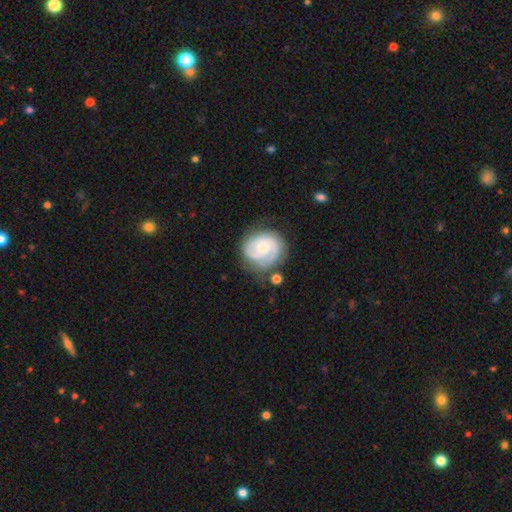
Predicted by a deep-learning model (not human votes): Smooth or featured: featured or disk — 75% (smooth — 19%)
Edge-on disk: no — 98% (yes — 2%)
Bar: no — 70% (weak — 26%)
Spiral arms: yes — 94% (no — 6%)
Spiral winding: tight — 60% (medium — 31%)
Spiral arm count: 2 — 56% (can't tell — 17%)
Bulge size: small — 55% (moderate — 39%)
Merging: none — 70% (minor disturbance — 20%)